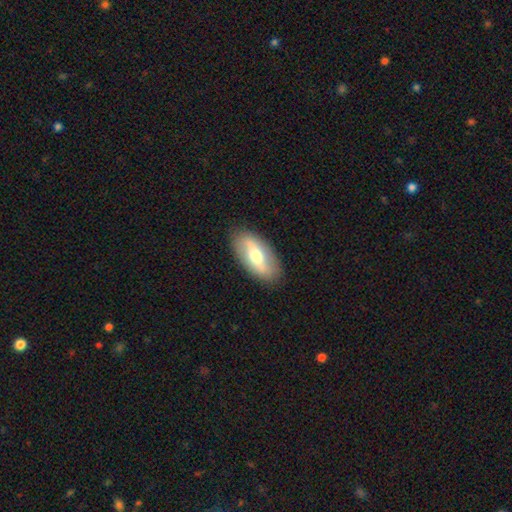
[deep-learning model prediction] The model was most divided on "smooth or featured": smooth: 48%, featured or disk: 46%, star or artifact: 6%. More confident: merging — none (87%).